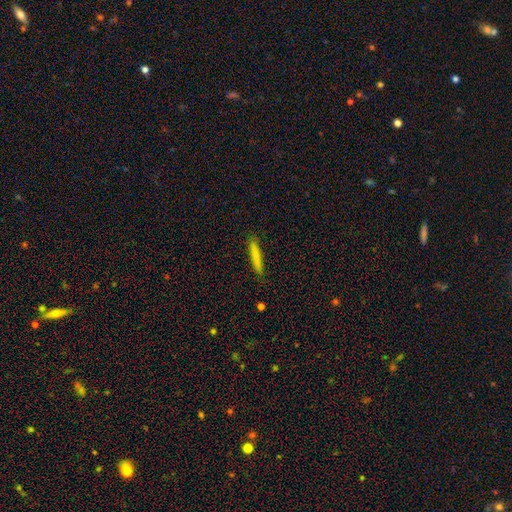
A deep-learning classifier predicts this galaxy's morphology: A smooth galaxy with no disk features (80%) that is cigar-shaped (94%).

Vote fractions:
- Smooth or featured? smooth: 80% / featured or disk: 13% / star or artifact: 7%
- How rounded? cigar-shaped: 94% / in between: 4% / round: 1%
- Merging? none: 88% / minor disturbance: 9% / major disturbance: 2% / merger: 1%